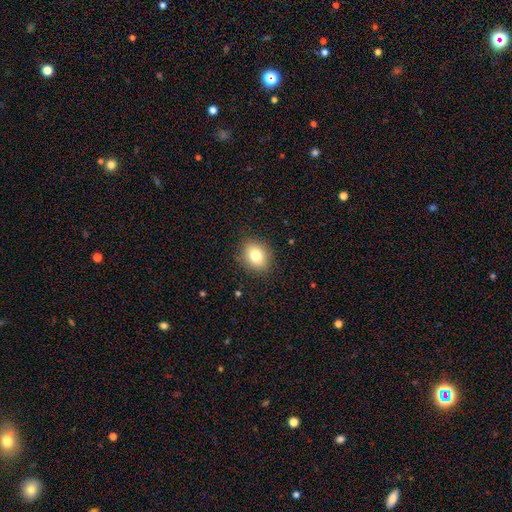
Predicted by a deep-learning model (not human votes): This appears to be a smooth galaxy with no disk features (80%) that is round (51%). Merging: none (87%).